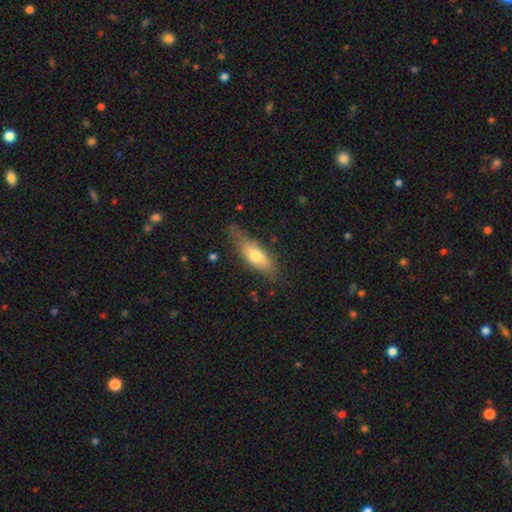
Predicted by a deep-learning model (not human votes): A smooth galaxy with no disk features (64%) that is in between round and cigar-shaped (60%). Merging: none (64%).